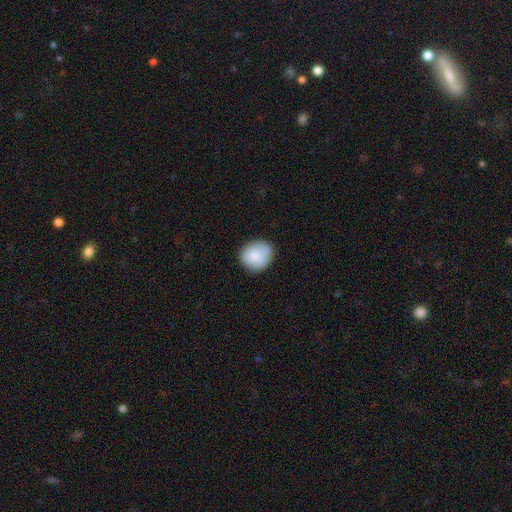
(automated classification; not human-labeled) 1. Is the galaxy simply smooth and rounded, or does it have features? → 84% smooth, 9% featured or disk, 7% star or artifact.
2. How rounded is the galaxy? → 73% round, 26% in between, 1% cigar-shaped.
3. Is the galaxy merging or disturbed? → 80% none, 16% minor disturbance, 3% major disturbance, 1% merger.